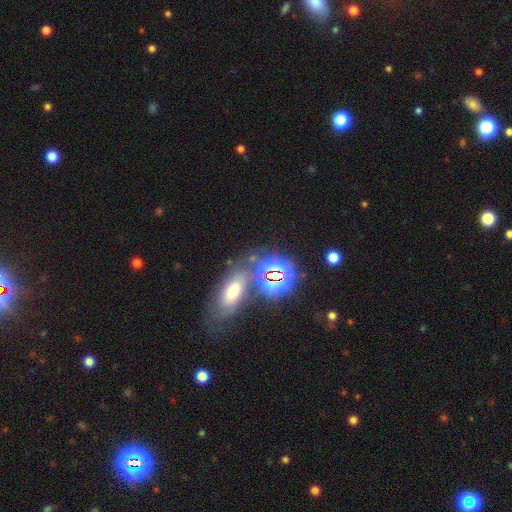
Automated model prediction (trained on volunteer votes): A smooth galaxy with no disk features (39%).

Vote fractions:
- Smooth or featured? smooth: 39% / star or artifact: 34% / featured or disk: 27%
- Merging? none: 54% / merger: 27% / minor disturbance: 12% / major disturbance: 7%